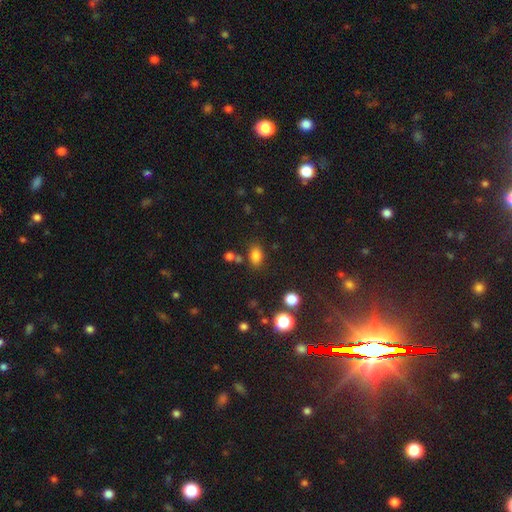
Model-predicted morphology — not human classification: The model was most divided on "how rounded": in between: 80%, round: 19%, cigar-shaped: 2%. More confident: smooth or featured — smooth (80%); merging — none (77%).